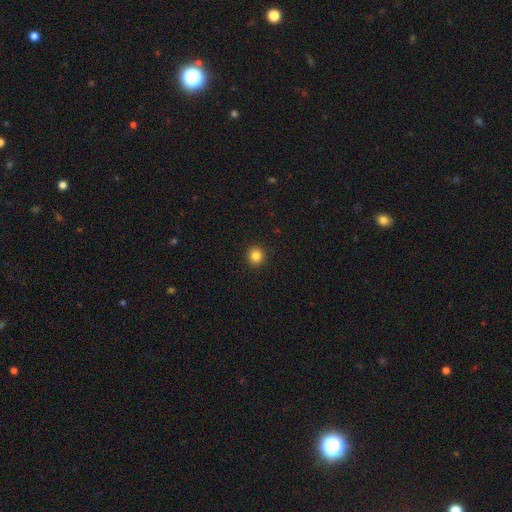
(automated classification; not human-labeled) smooth 84%, star or artifact 11%, featured or disk 4%. Down the decision tree: how rounded — round (93%); merging — none (93%).